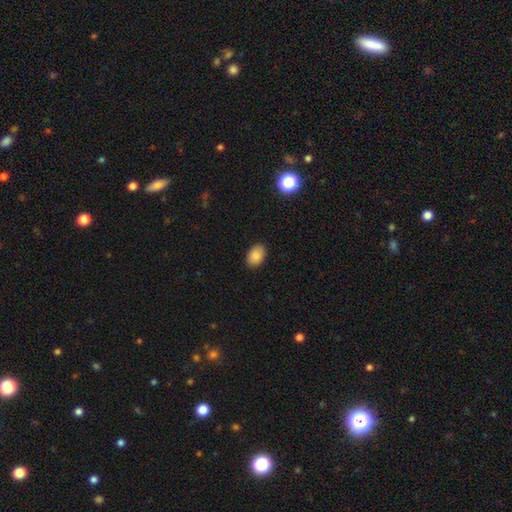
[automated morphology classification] This is clearly a smooth galaxy (86%). How rounded: clearly in between (86%). Merging: clearly none (89%).